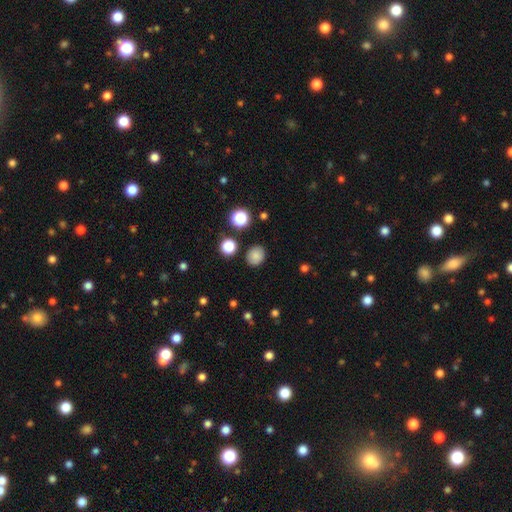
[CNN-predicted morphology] Overall: smooth (81%). How rounded: round (67%; in between 32%). Merging: none (85%).